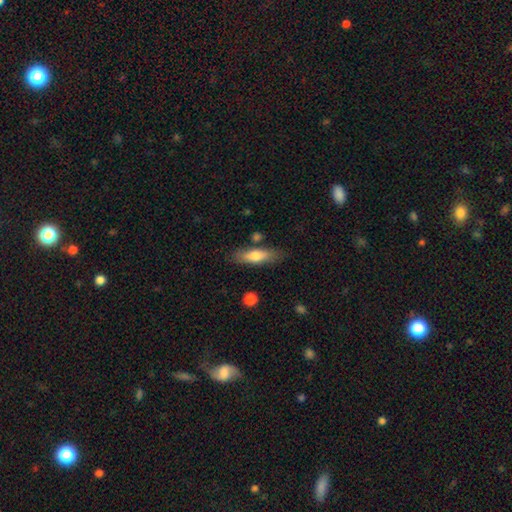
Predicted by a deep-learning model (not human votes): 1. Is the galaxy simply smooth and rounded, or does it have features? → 69% smooth, 25% featured or disk, 6% star or artifact.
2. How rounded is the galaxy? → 52% cigar-shaped, 45% in between, 2% round.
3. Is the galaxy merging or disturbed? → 78% none, 13% minor disturbance, 5% merger, 3% major disturbance.